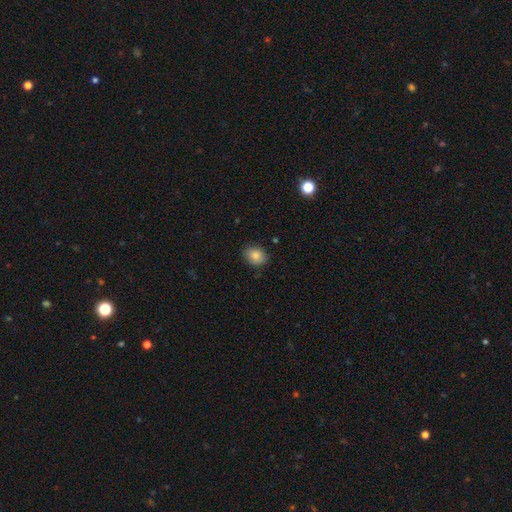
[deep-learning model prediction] Overall: smooth (86%). How rounded: in between (58%; round 42%). Merging: none (84%).